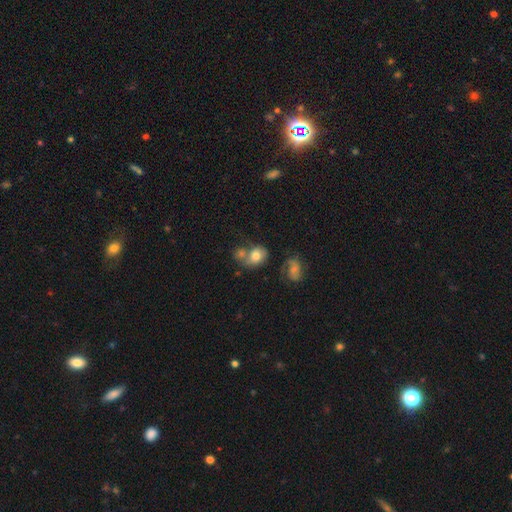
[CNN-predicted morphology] This is likely a smooth galaxy (69%). How rounded: possibly in between (53%). Merging: marginally merger (40%).